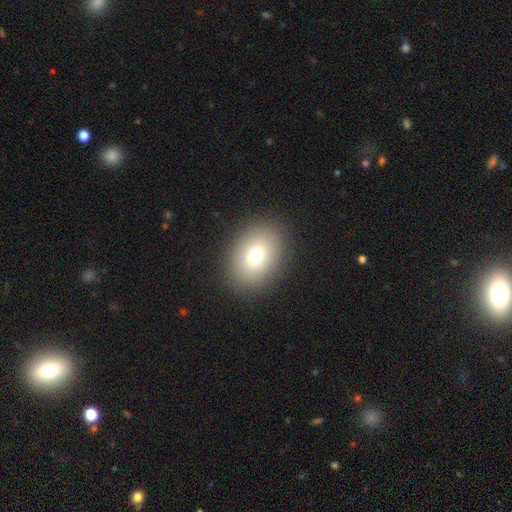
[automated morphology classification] The model was most divided on "how rounded": in between: 71%, round: 27%, cigar-shaped: 1%. More confident: merging — none (89%); smooth or featured — smooth (76%).